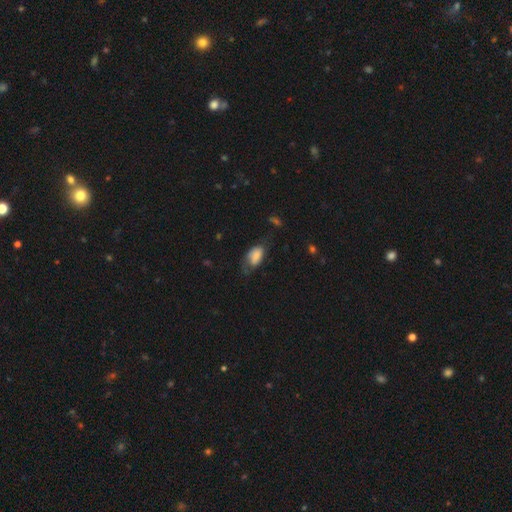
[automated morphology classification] Smooth or featured? Predicted: smooth (p=0.71). How rounded? Predicted: in between (p=0.92). Merging? Predicted: none (p=0.39).